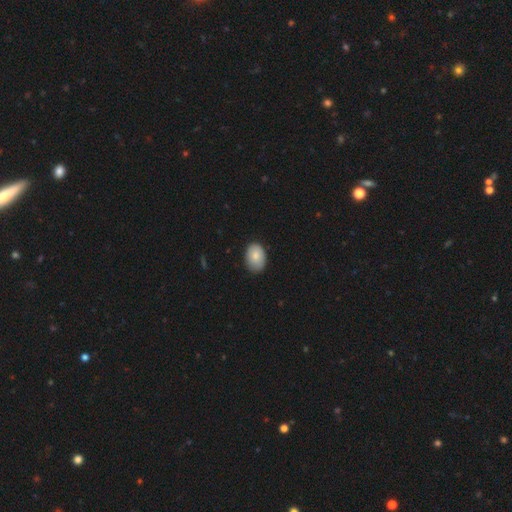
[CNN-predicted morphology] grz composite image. It shows a smooth galaxy with no disk features (82%) that is in between round and cigar-shaped (80%). Merging: none (81%).